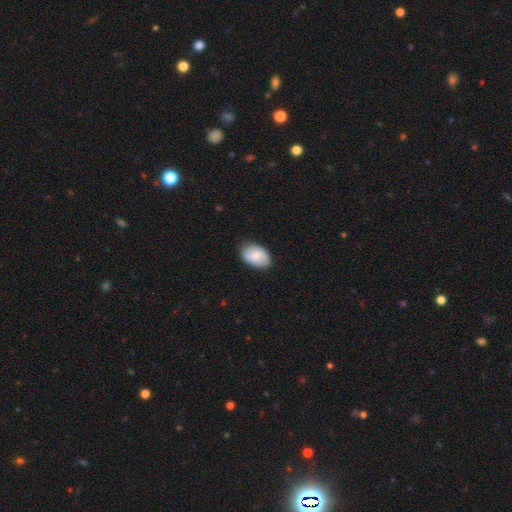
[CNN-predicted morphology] Smooth or featured? smooth (67%)
How rounded? in between (87%)
Merging? none (80%)